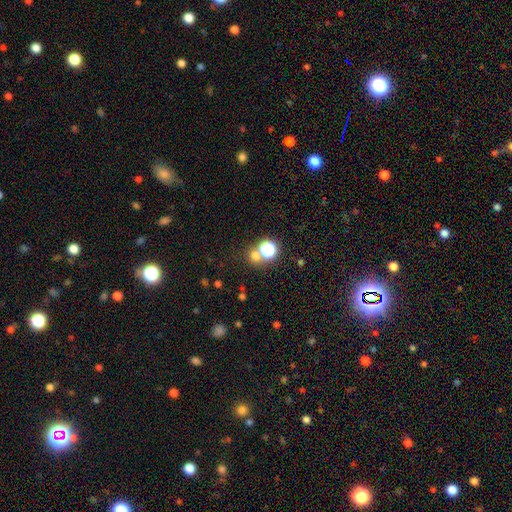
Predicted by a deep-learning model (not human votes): Q: Smooth or featured?
A: smooth (62%); runner-up: star or artifact (31%)
Q: How rounded?
A: round (85%); runner-up: in between (13%)
Q: Merging?
A: none (64%); runner-up: merger (25%)